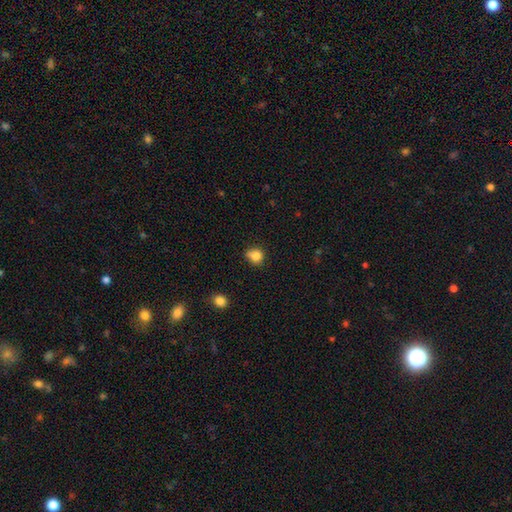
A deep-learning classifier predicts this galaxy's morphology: smooth 82%, star or artifact 11%, featured or disk 7%. Down the decision tree: how rounded — round (72%); merging — none (52%).